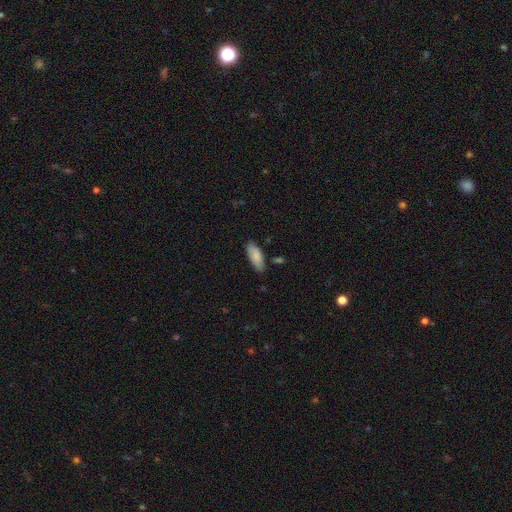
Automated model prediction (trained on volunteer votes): A smooth galaxy with no disk features (84%) that is in between round and cigar-shaped (78%).

Vote fractions:
- Smooth or featured? smooth: 84% / featured or disk: 9% / star or artifact: 6%
- How rounded? in between: 78% / cigar-shaped: 20% / round: 2%
- Merging? none: 76% / minor disturbance: 18% / major disturbance: 3% / merger: 3%